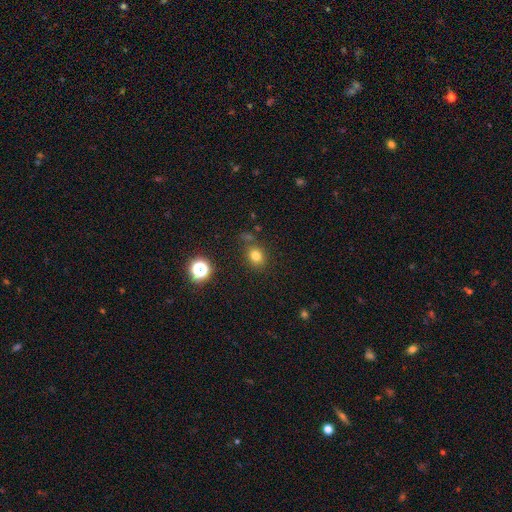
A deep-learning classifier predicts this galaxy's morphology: smooth-or-featured: smooth: 77% | star or artifact: 16% | featured or disk: 7%
  how-rounded: round: 61% | in between: 38% | cigar-shaped: 1%
  merging: none: 76% | minor disturbance: 13% | merger: 6% | major disturbance: 4%